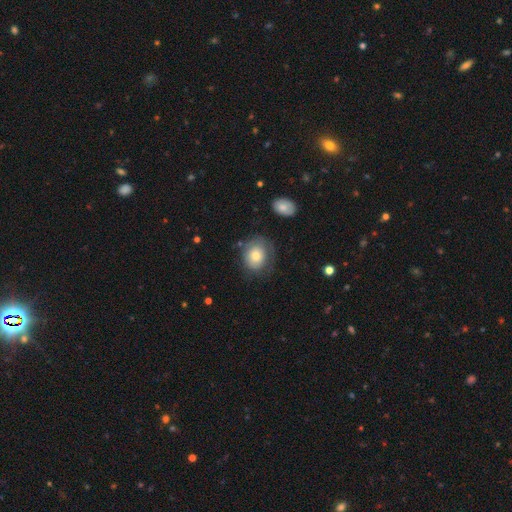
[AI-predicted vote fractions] Smooth or featured?
  - smooth: 70% *
  - featured or disk: 22%
  - star or artifact: 8%
How rounded?
  - round: 57% *
  - in between: 42%
  - cigar-shaped: 1%
Merging?
  - none: 61% *
  - minor disturbance: 23%
  - major disturbance: 13%
  - merger: 3%